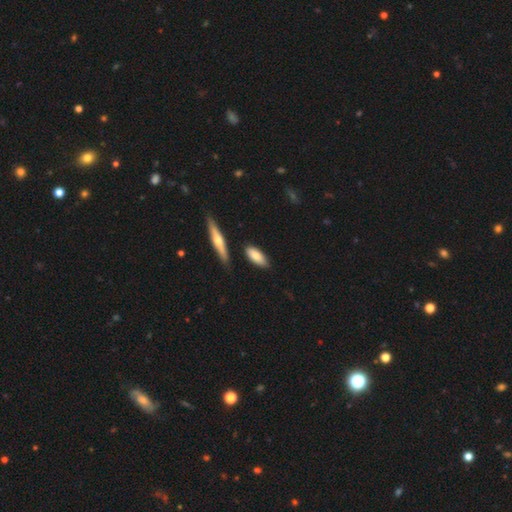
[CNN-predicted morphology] Q: Smooth or featured?
A: smooth (77%); runner-up: featured or disk (18%)
Q: How rounded?
A: in between (78%); runner-up: cigar-shaped (20%)
Q: Merging?
A: none (81%); runner-up: minor disturbance (12%)